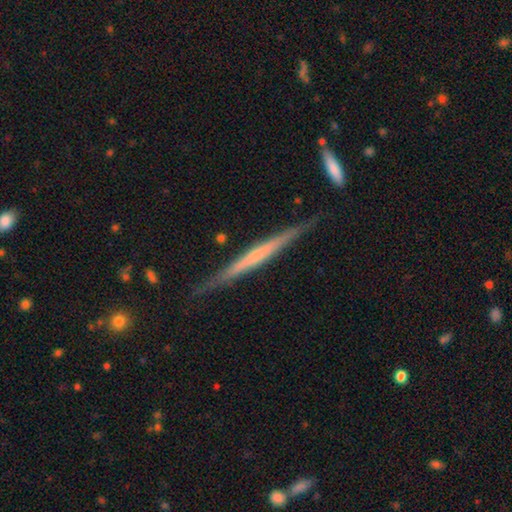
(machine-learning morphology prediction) Q: Smooth or featured?
A: featured or disk (65%); runner-up: smooth (30%)
Q: Edge-on disk?
A: yes (97%); runner-up: no (3%)
Q: Edge-on bulge?
A: none (69%); runner-up: rounded (20%)
Q: Merging?
A: none (84%); runner-up: minor disturbance (11%)